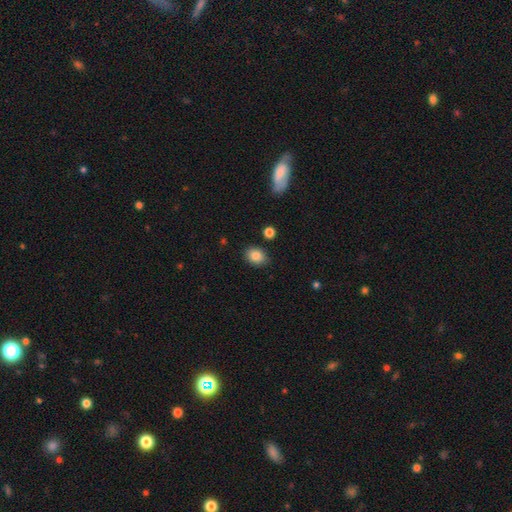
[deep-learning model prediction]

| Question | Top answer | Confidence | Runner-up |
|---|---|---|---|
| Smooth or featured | smooth | 85% | star or artifact (9%) |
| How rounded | in between | 51% | round (48%) |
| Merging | none | 85% | minor disturbance (10%) |